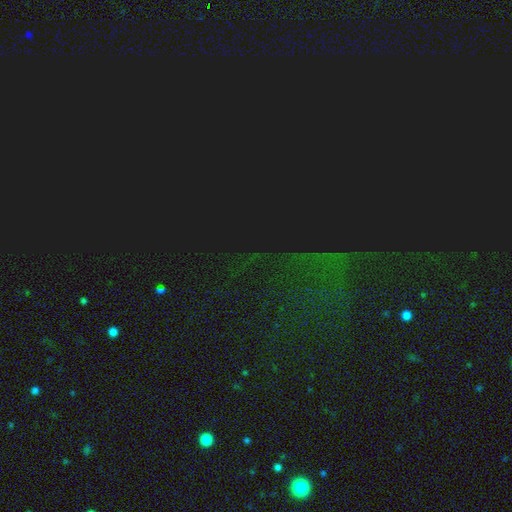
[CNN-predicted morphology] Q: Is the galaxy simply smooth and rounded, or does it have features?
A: star or artifact — 83%.